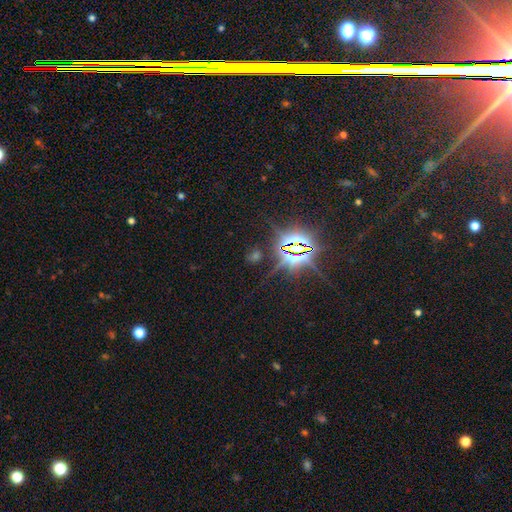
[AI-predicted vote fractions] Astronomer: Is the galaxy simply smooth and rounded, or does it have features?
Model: star or artifact — 75%.